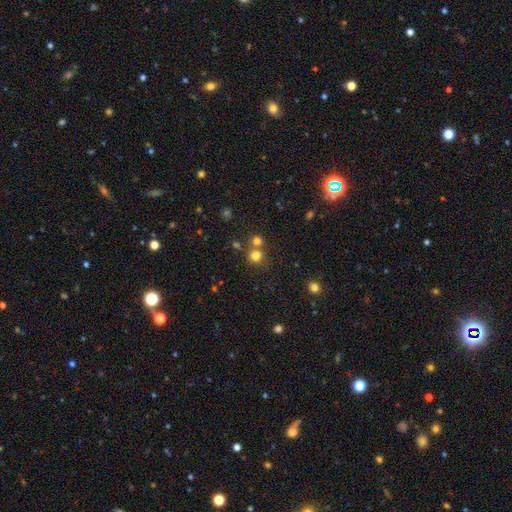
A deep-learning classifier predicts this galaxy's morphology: This is likely a smooth galaxy (77%). How rounded: clearly round (88%). Merging: likely none (62%).